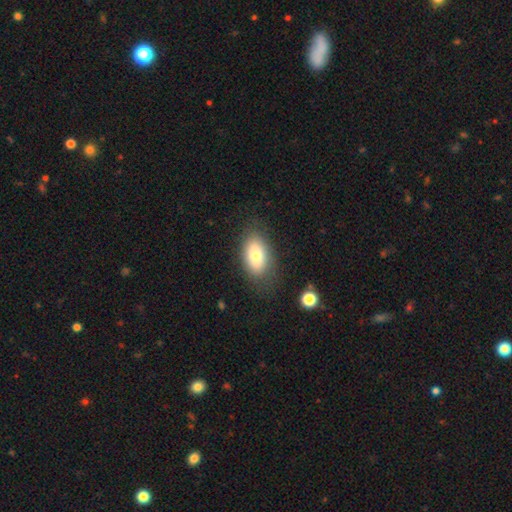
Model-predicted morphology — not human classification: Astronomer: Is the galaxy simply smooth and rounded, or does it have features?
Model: smooth — 78%.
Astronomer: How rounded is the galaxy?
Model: in between — 91%.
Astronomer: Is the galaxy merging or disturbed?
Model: none — 79%.